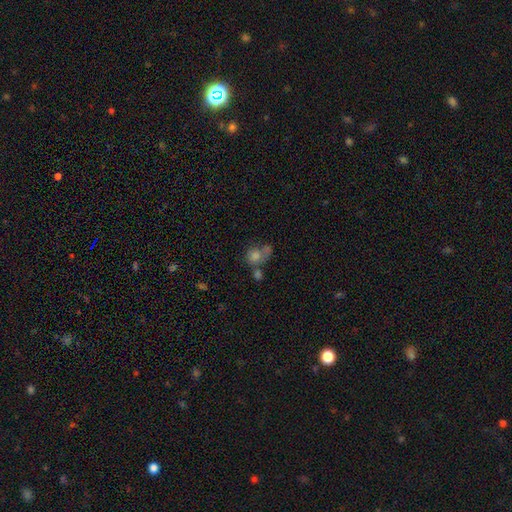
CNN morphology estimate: Overall: smooth (63%). How rounded: round (65%; in between 33%). Merging: none (34%; merger 31%).